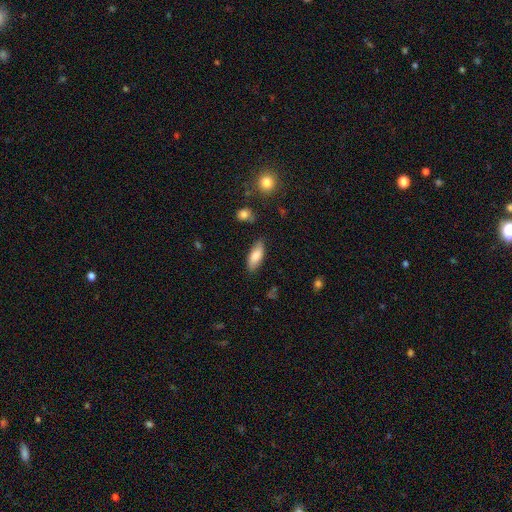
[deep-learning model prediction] The model was most divided on "how rounded": in between: 76%, cigar-shaped: 21%, round: 2%. More confident: merging — none (82%); smooth or featured — smooth (80%).